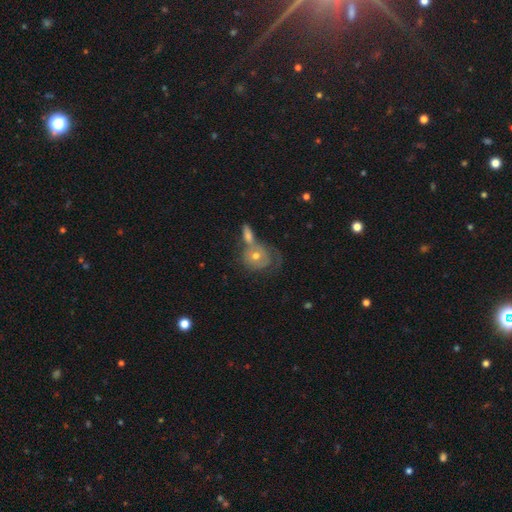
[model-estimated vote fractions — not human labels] A featured or disk galaxy (58%) with no bar (82%), spiral arms (65%) and a moderate central bulge (63%). Merging: merger (39%).